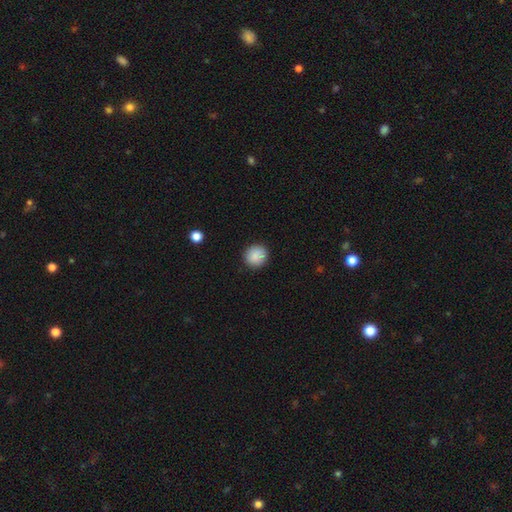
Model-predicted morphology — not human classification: Overall: smooth (87%). How rounded: round (89%). Merging: none (88%).